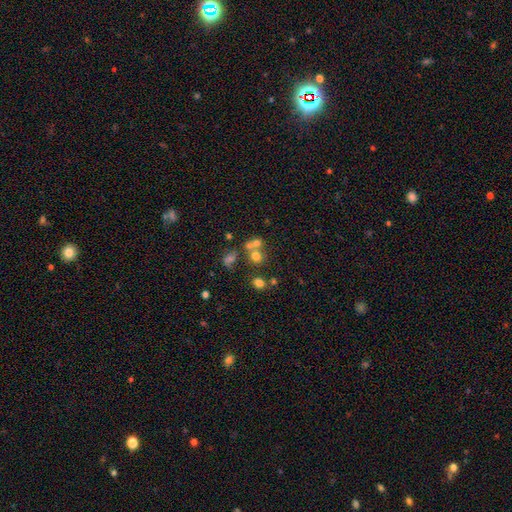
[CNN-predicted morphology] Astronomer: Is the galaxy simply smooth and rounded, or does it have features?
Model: smooth — 62%.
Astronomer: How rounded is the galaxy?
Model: round — 77%.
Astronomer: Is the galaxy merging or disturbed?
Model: none — 43%, tied with merger at 43%.